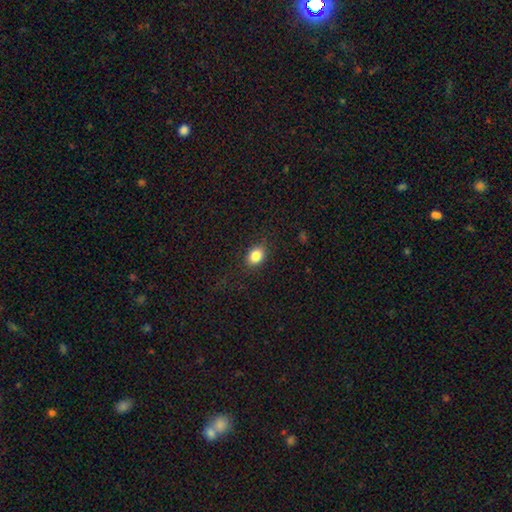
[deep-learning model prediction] Smooth or featured?
  - smooth: 85% *
  - star or artifact: 9%
  - featured or disk: 6%
How rounded?
  - in between: 63% *
  - round: 36%
  - cigar-shaped: 1%
Merging?
  - none: 86% *
  - minor disturbance: 10%
  - major disturbance: 3%
  - merger: 1%